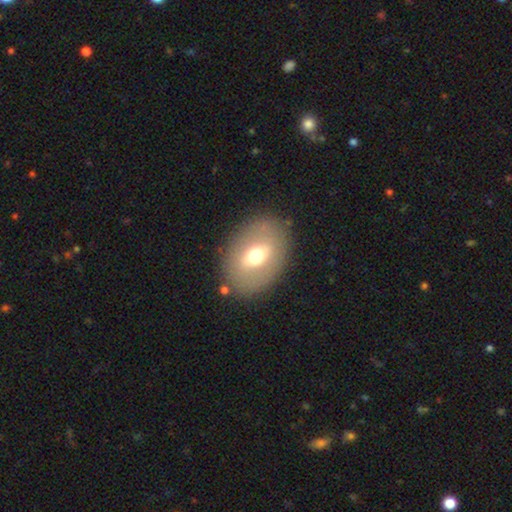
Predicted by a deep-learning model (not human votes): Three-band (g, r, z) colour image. It shows a smooth galaxy with no disk features (52%) that is in between round and cigar-shaped (75%). Merging: none (84%).